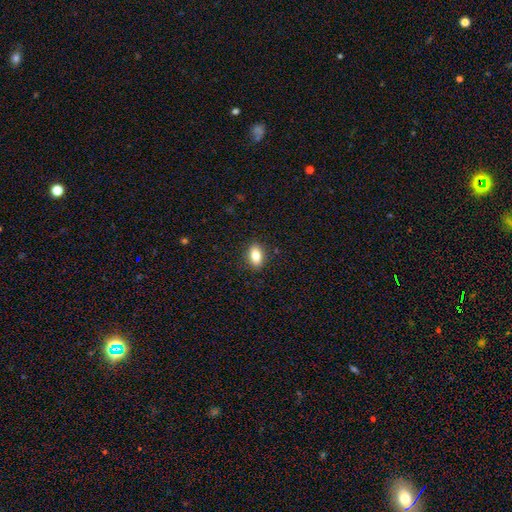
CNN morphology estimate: The model was most divided on "smooth or featured": smooth: 82%, featured or disk: 9%, star or artifact: 8%. More confident: merging — none (89%); how rounded — in between (86%).